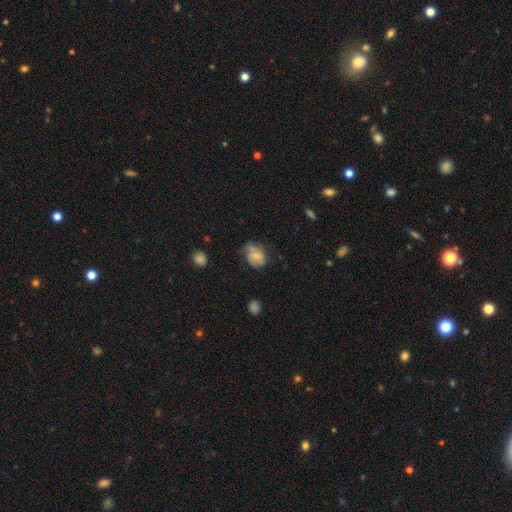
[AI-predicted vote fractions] smooth-or-featured: smooth: 54% | featured or disk: 37% | star or artifact: 9%
  how-rounded: in between: 65% | round: 34% | cigar-shaped: 1%
  merging: none: 51% | minor disturbance: 33% | major disturbance: 13% | merger: 2%